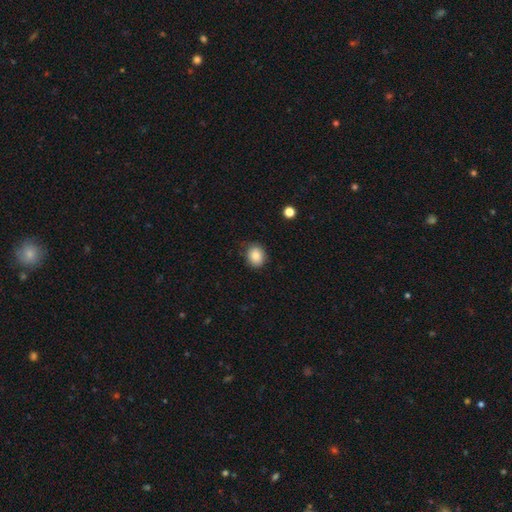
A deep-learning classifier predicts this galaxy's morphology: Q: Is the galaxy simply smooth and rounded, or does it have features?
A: smooth — 85%.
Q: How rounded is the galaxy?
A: round — 59%.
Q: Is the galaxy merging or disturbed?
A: none — 79%.